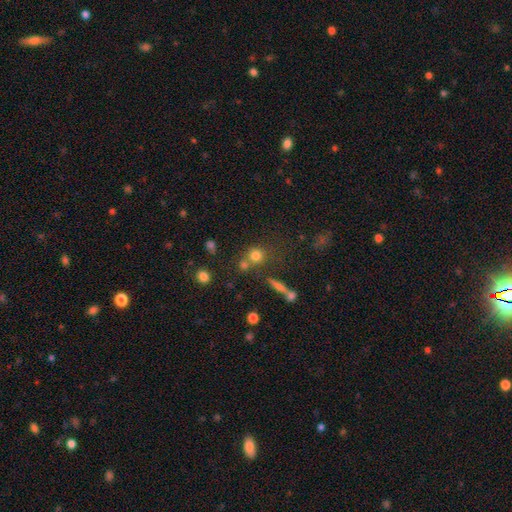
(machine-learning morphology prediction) smooth-or-featured: smooth: 75% | star or artifact: 15% | featured or disk: 10%
  how-rounded: round: 85% | in between: 13% | cigar-shaped: 2%
  merging: none: 59% | merger: 25% | minor disturbance: 10% | major disturbance: 5%